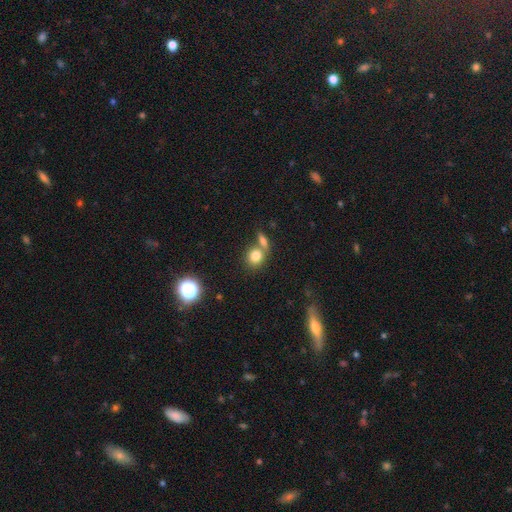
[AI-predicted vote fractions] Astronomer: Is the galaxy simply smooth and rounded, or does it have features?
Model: smooth — 79%.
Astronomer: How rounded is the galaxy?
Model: round — 73%.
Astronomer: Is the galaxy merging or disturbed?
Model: none — 51% (runner-up: merger, 37%).